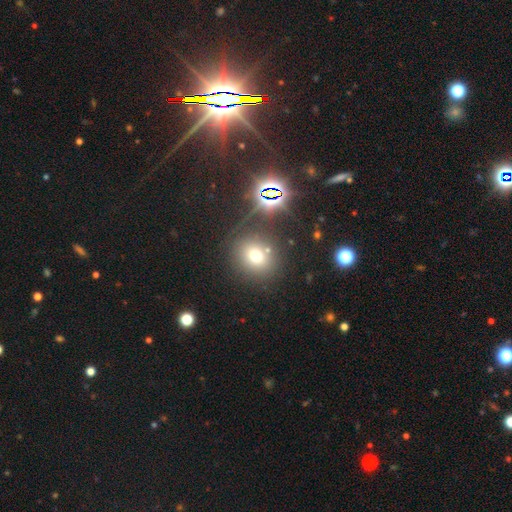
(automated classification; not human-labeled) Morphology: type=smooth (66%); roundness=round (82%); merging=none (79%).